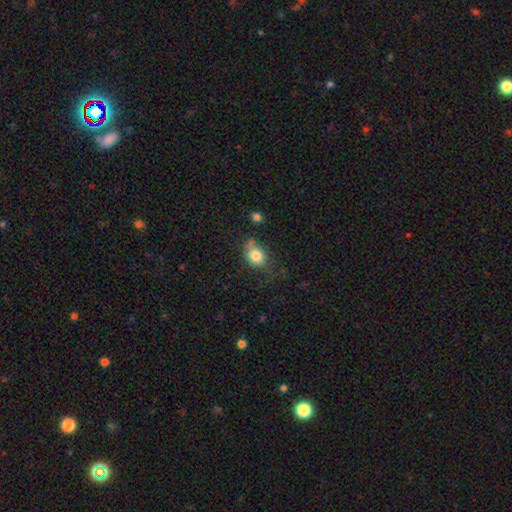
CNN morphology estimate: A smooth galaxy with no disk features (81%) that is in between round and cigar-shaped (53%). Merging: none (58%).